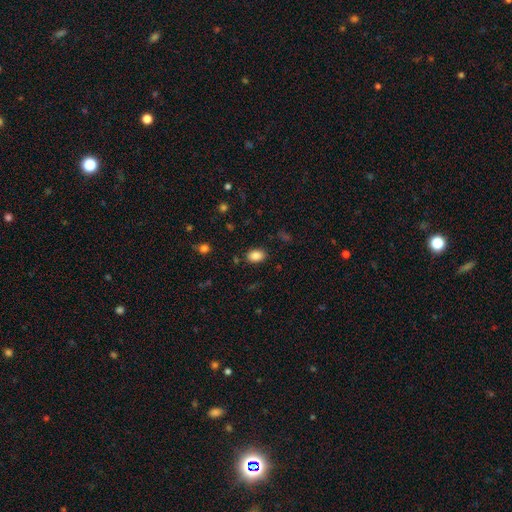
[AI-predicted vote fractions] This is clearly a smooth galaxy (86%). How rounded: clearly in between (84%). Merging: clearly none (85%).